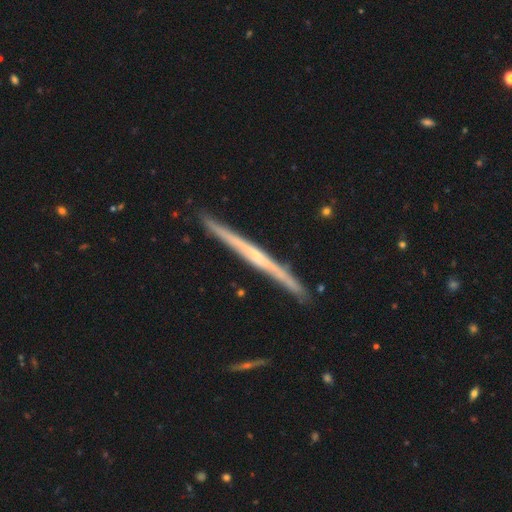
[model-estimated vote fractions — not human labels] This is likely a featured or disk galaxy (73%). It is clearly viewed edge-on (98%). Edge-on bulge: likely none (64%). Merging: clearly none (89%).